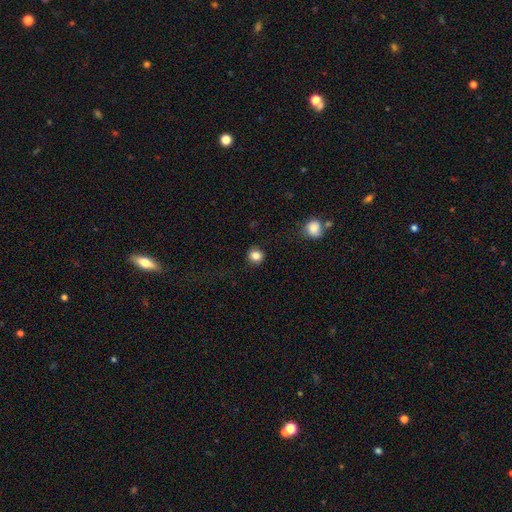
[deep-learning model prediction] A smooth galaxy with no disk features (85%) that is round (87%). Merging: none (89%).